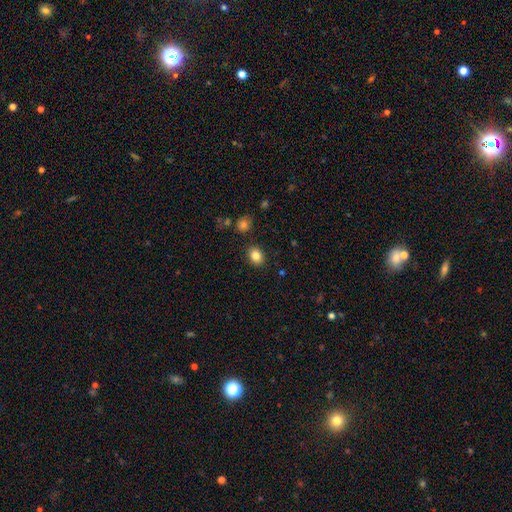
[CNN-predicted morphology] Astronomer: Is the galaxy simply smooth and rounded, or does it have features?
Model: smooth — 84%.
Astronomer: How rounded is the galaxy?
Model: in between — 55% (runner-up: round, 44%).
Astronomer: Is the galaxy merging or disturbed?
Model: none — 87%.